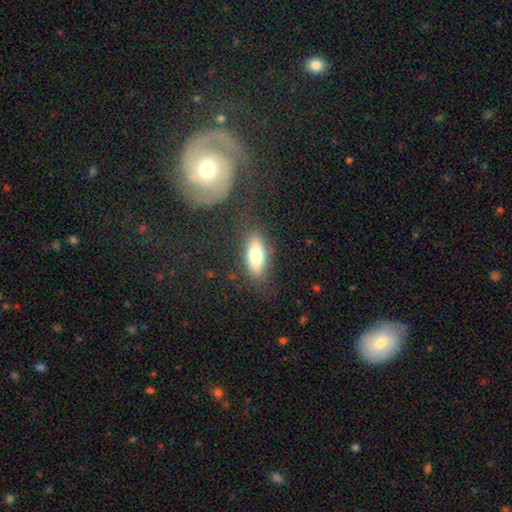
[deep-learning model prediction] smooth 72%, featured or disk 20%, star or artifact 8%. Down the decision tree: how rounded — in between (76%); merging — none (81%).